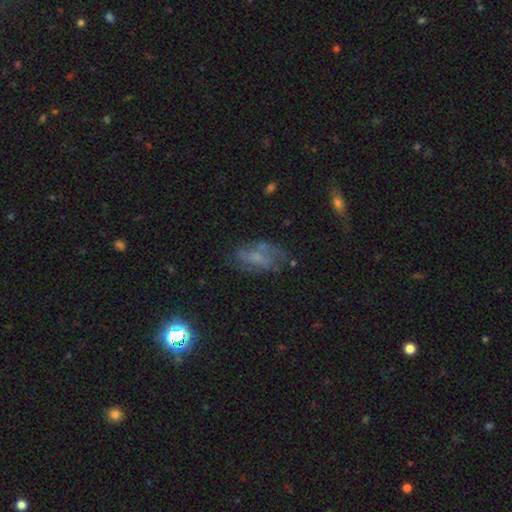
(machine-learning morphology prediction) smooth-or-featured: featured or disk: 50% | smooth: 33% | star or artifact: 17%
  merging: none: 56% | minor disturbance: 24% | major disturbance: 16% | merger: 4%